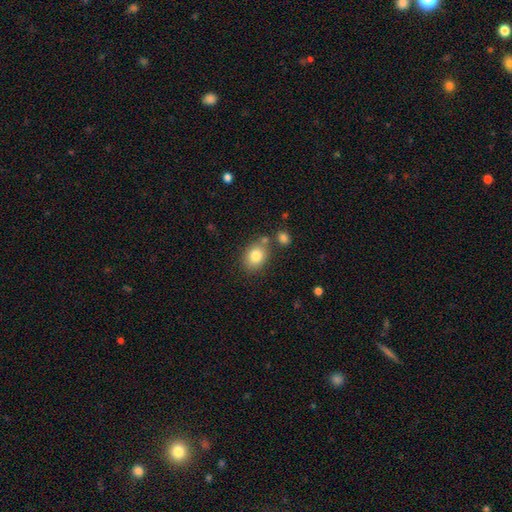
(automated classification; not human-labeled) Smooth or featured? smooth (82%)
How rounded? in between (60%)
Merging? none (71%)